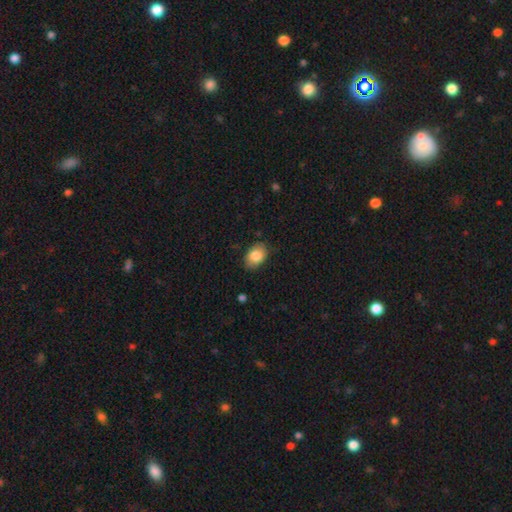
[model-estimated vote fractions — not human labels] This is clearly a smooth galaxy (84%). How rounded: clearly in between (85%). Merging: clearly none (82%).